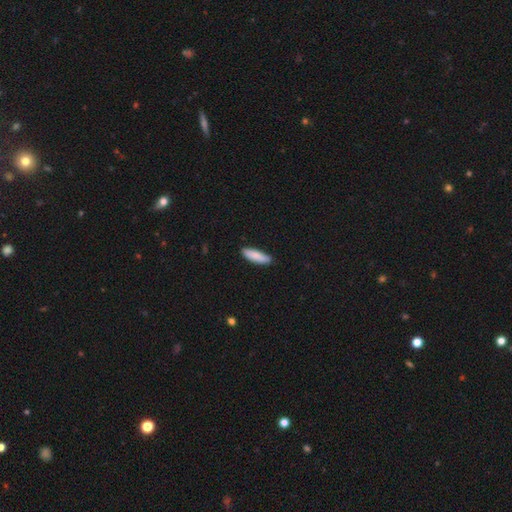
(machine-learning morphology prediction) smooth-or-featured: smooth: 86% | featured or disk: 9% | star or artifact: 6%
  how-rounded: cigar-shaped: 56% | in between: 43% | round: 1%
  merging: none: 82% | minor disturbance: 15% | major disturbance: 2% | merger: 1%